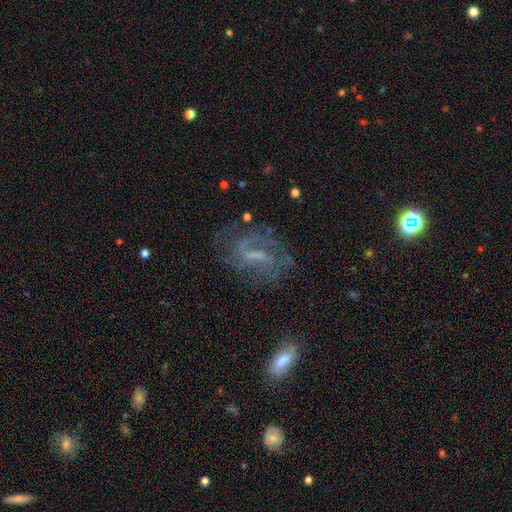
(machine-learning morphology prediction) Q: Smooth or featured?
A: featured or disk (73%); runner-up: smooth (14%)
Q: Edge-on disk?
A: no (93%); runner-up: yes (7%)
Q: Bar?
A: weak (44%); runner-up: strong (37%)
Q: Spiral arms?
A: yes (82%); runner-up: no (18%)
Q: Spiral winding?
A: medium (43%); runner-up: loose (29%)
Q: Spiral arm count?
A: 2 (53%); runner-up: can't tell (26%)
Q: Bulge size?
A: none (41%); runner-up: small (35%)
Q: Merging?
A: none (60%); runner-up: major disturbance (19%)